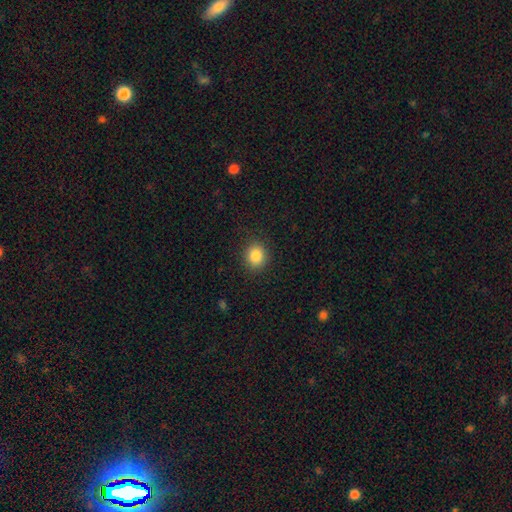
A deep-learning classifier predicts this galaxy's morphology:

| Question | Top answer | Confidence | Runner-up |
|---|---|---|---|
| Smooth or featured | smooth | 85% | star or artifact (10%) |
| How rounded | round | 80% | in between (19%) |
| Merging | none | 89% | minor disturbance (7%) |